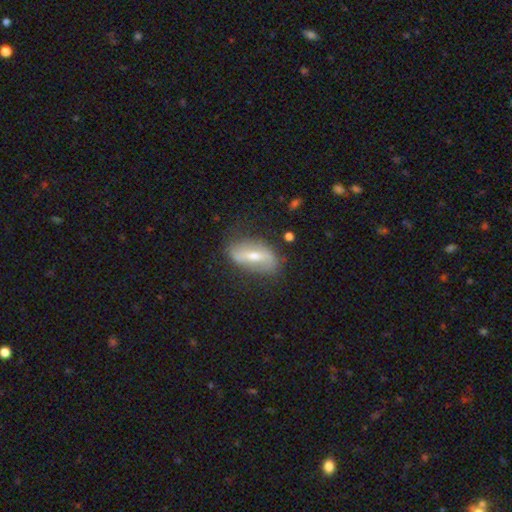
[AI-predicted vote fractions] Morphology: type=featured or disk (62%); edge-on=no (84%); bar=strong (54%); spiral arms=yes (62%); bulge=moderate (57%); merging=none (70%).